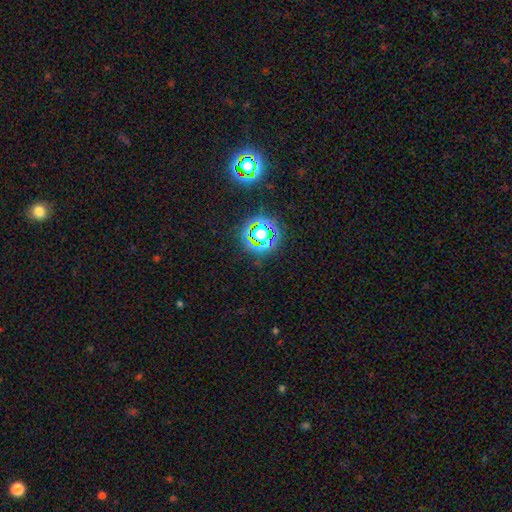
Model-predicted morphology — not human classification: Smooth or featured: star or artifact — 73% (smooth — 20%)